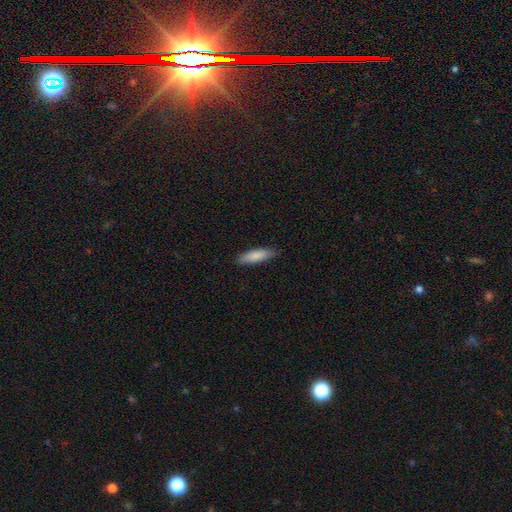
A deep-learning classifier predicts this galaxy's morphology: Q: Smooth or featured?
A: smooth (84%); runner-up: featured or disk (11%)
Q: How rounded?
A: cigar-shaped (60%); runner-up: in between (39%)
Q: Merging?
A: none (83%); runner-up: minor disturbance (14%)